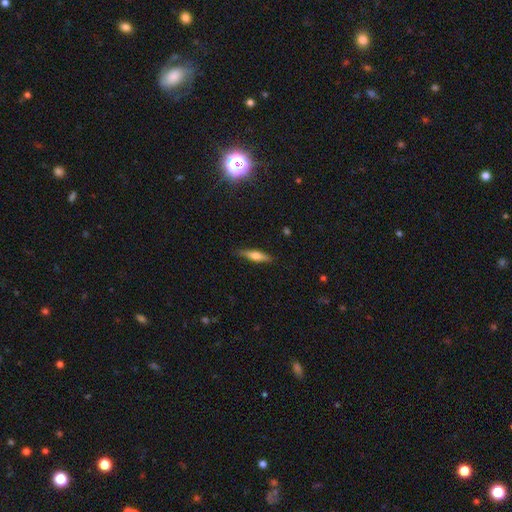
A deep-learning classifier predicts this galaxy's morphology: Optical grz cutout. It shows a smooth galaxy with no disk features (53%) that is cigar-shaped (73%). Merging: none (85%).